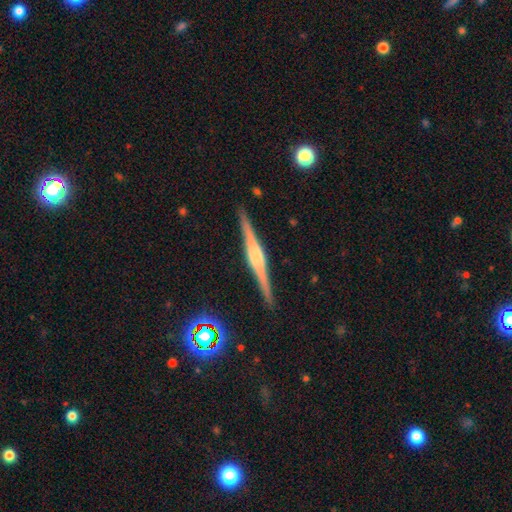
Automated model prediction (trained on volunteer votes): Smooth or featured? Predicted: featured or disk (p=0.81). Edge-on disk? Predicted: yes (p=0.98). Edge-on bulge? Predicted: rounded (p=0.60). Merging? Predicted: none (p=0.90).